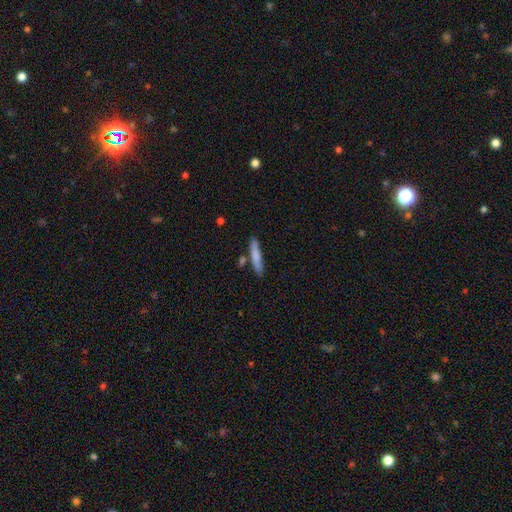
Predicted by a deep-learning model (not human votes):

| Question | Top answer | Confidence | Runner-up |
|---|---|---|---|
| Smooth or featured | smooth | 76% | featured or disk (18%) |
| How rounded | cigar-shaped | 89% | in between (9%) |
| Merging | none | 78% | minor disturbance (11%) |